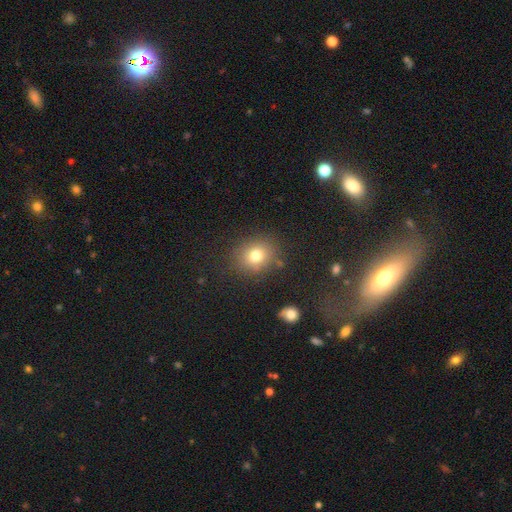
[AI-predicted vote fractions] smooth-or-featured: smooth: 76% | star or artifact: 14% | featured or disk: 10%
  how-rounded: round: 70% | in between: 30% | cigar-shaped: 1%
  merging: none: 82% | minor disturbance: 11% | major disturbance: 4% | merger: 3%